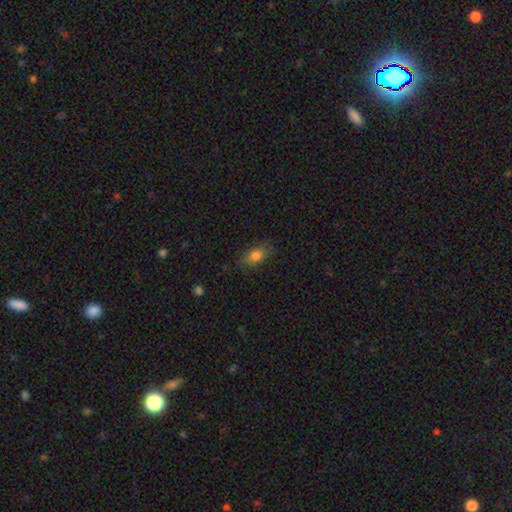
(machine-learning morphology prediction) smooth 81%, featured or disk 9%, star or artifact 9%. Down the decision tree: how rounded — in between (85%); merging — none (80%).